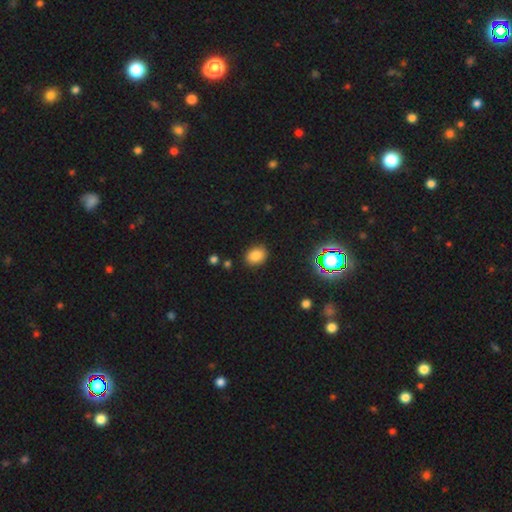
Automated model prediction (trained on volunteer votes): A smooth galaxy with no disk features (81%) that is in between round and cigar-shaped (62%). Merging: none (87%).